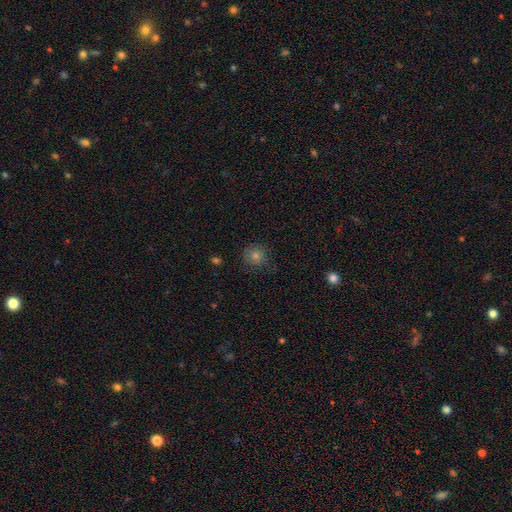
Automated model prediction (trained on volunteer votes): Morphology: type=smooth (72%); roundness=round (90%); merging=none (82%).